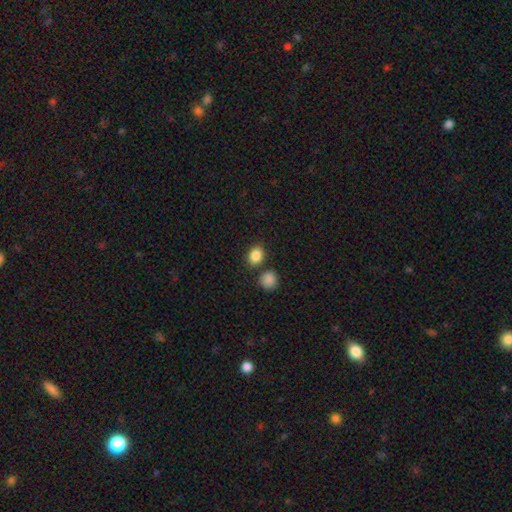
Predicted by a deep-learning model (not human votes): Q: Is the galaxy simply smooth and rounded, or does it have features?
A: smooth — 87%.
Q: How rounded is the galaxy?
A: in between — 55%.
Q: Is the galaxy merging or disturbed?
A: none — 76%.